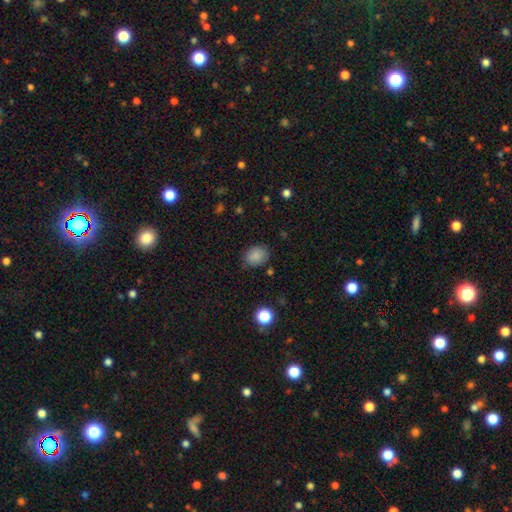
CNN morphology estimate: This is clearly a smooth galaxy (85%). How rounded: possibly in between (52%). Merging: likely none (77%).